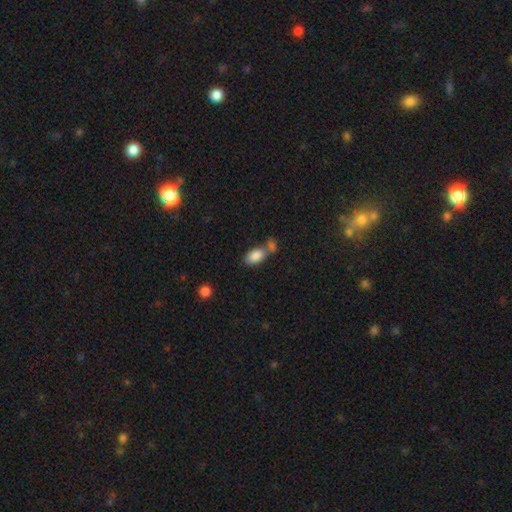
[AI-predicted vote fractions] This appears to be a smooth galaxy with no disk features (85%) that is in between round and cigar-shaped (92%). Merging: merger (45%).